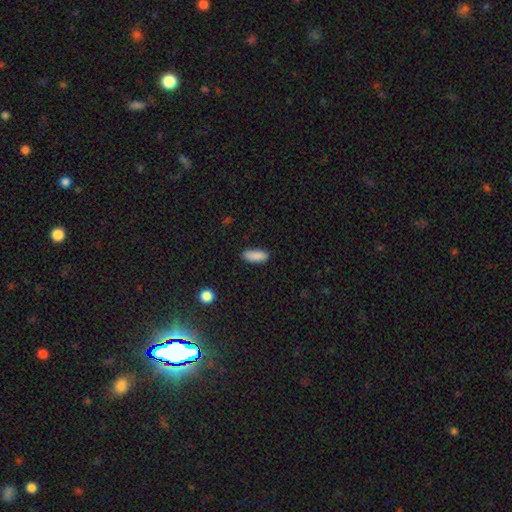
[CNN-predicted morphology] Smooth or featured: smooth — 89% (star or artifact — 7%)
How rounded: in between — 72% (cigar-shaped — 26%)
Merging: none — 86% (minor disturbance — 11%)